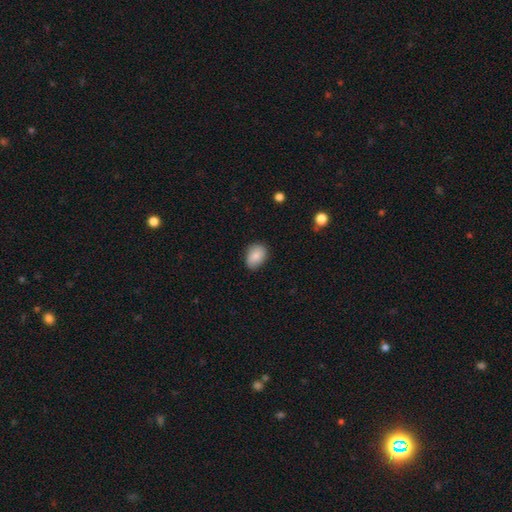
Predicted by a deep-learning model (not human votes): The model was most divided on "how rounded": in between: 72%, round: 27%, cigar-shaped: 1%. More confident: smooth or featured — smooth (83%); merging — none (77%).